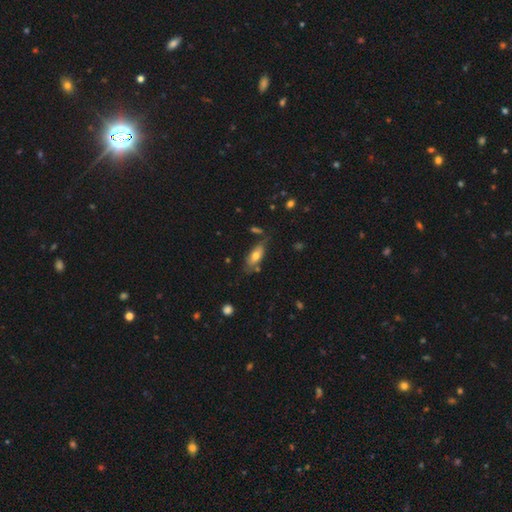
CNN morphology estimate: Overall: smooth (66%; featured or disk 27%). How rounded: in between (81%). Merging: none (65%).